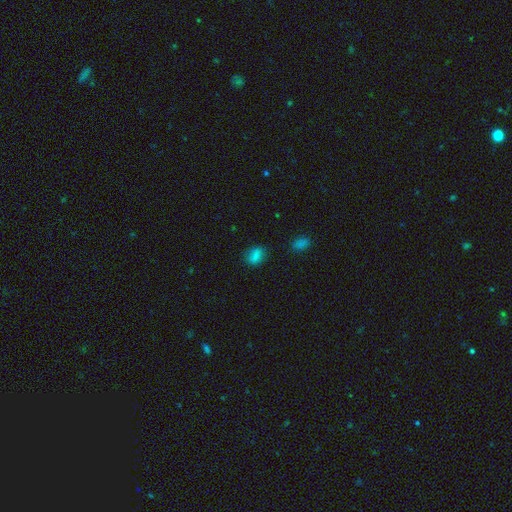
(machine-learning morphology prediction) A smooth galaxy with no disk features (80%) that is in between round and cigar-shaped (71%). Merging: none (79%).